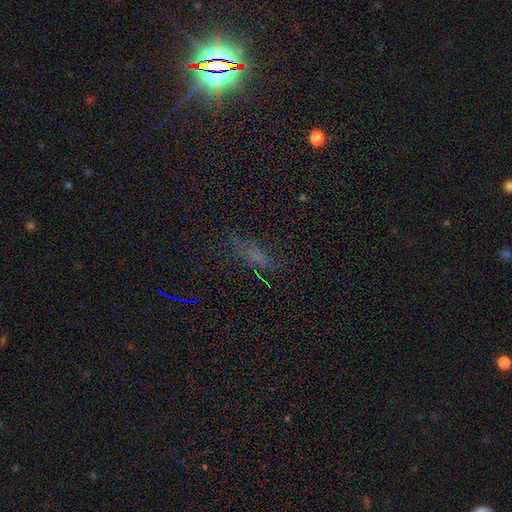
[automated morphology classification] smooth 48%, star or artifact 35%, featured or disk 18%. Down the decision tree: merging — none (61%).